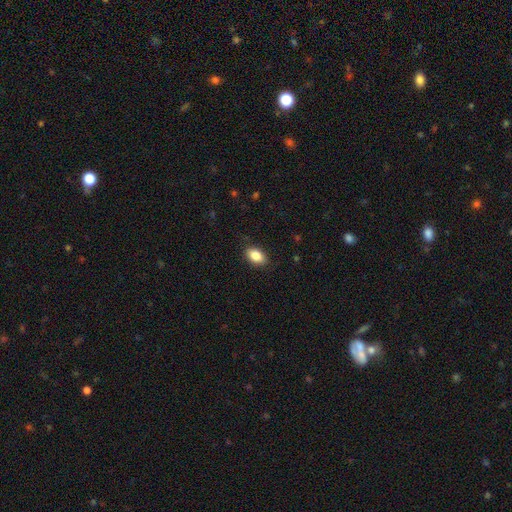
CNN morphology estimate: This is clearly a smooth galaxy (85%). How rounded: clearly in between (90%). Merging: clearly none (86%).